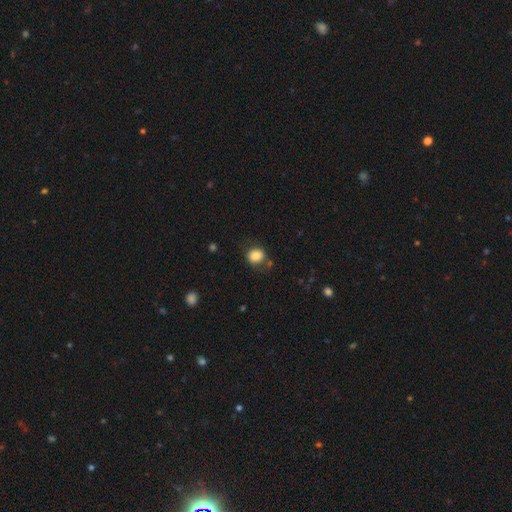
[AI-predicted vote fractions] smooth_or_featured: smooth (p=0.83) [alt: star or artifact p=0.10]
how_rounded: round (p=0.68) [alt: in between p=0.31]
merging: none (p=0.74) [alt: minor disturbance p=0.16]